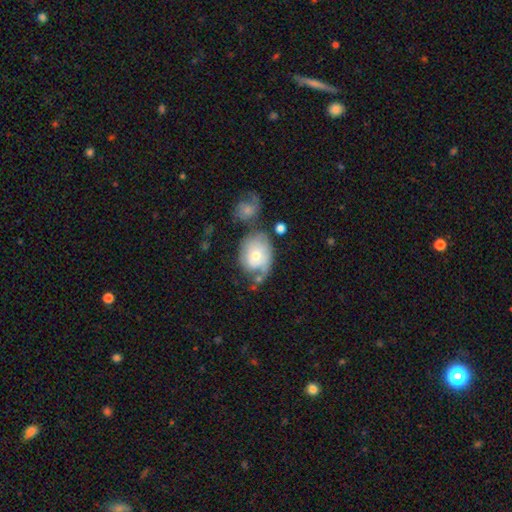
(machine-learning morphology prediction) A smooth galaxy with no disk features (48%).

Vote fractions:
- Smooth or featured? smooth: 48% / featured or disk: 45% / star or artifact: 7%
- Merging? none: 36% / minor disturbance: 25% / merger: 20% / major disturbance: 19%